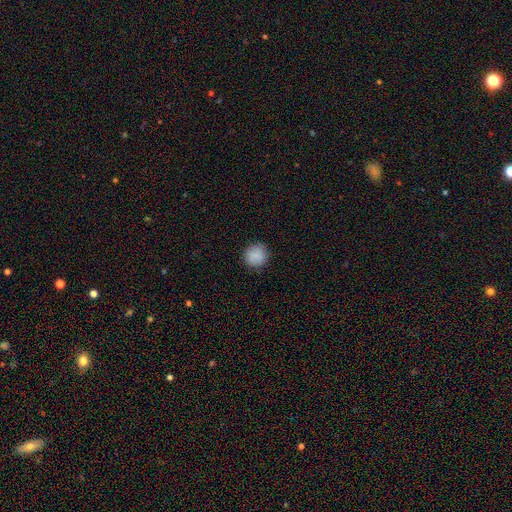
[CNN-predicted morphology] Overall: smooth (87%). How rounded: round (92%). Merging: none (89%).